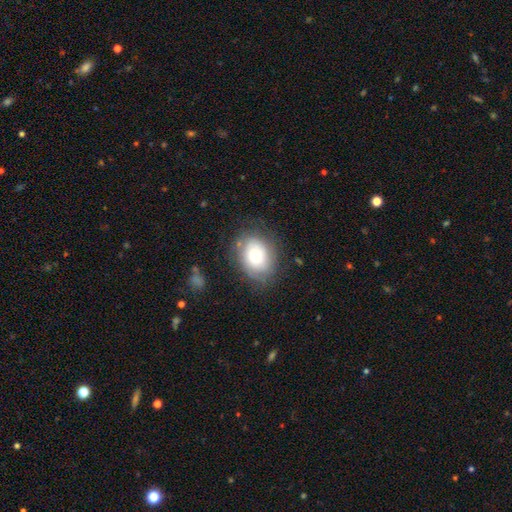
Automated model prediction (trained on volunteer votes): Q: Smooth or featured?
A: smooth (64%); runner-up: featured or disk (26%)
Q: How rounded?
A: in between (54%); runner-up: round (45%)
Q: Merging?
A: none (72%); runner-up: minor disturbance (19%)